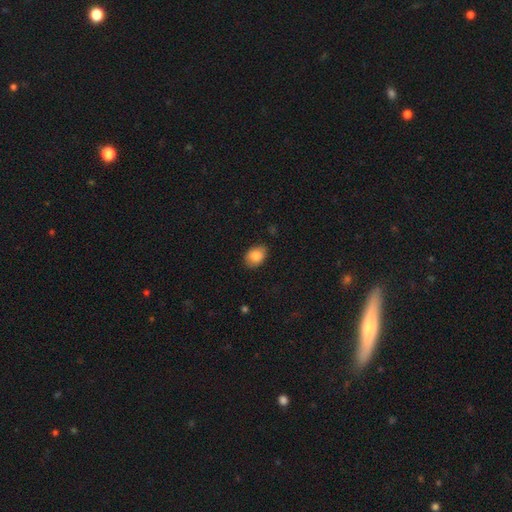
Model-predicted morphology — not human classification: Smooth or featured? Predicted: smooth (p=0.84). How rounded? Predicted: in between (p=0.76). Merging? Predicted: none (p=0.83).